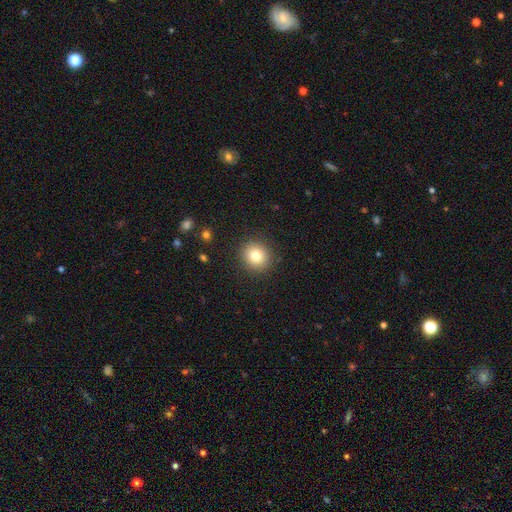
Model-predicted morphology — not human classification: smooth_or_featured: smooth (p=0.80) [alt: star or artifact p=0.11]
how_rounded: round (p=0.90) [alt: in between p=0.09]
merging: none (p=0.90) [alt: minor disturbance p=0.06]